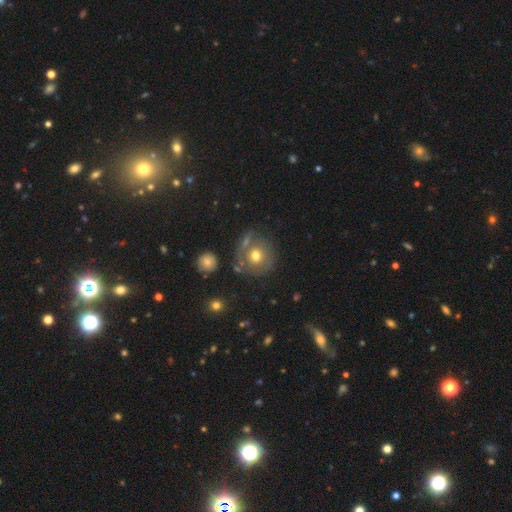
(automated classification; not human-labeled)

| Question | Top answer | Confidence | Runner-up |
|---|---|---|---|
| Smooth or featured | smooth | 63% | featured or disk (26%) |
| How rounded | round | 91% | in between (9%) |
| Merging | none | 68% | minor disturbance (14%) |